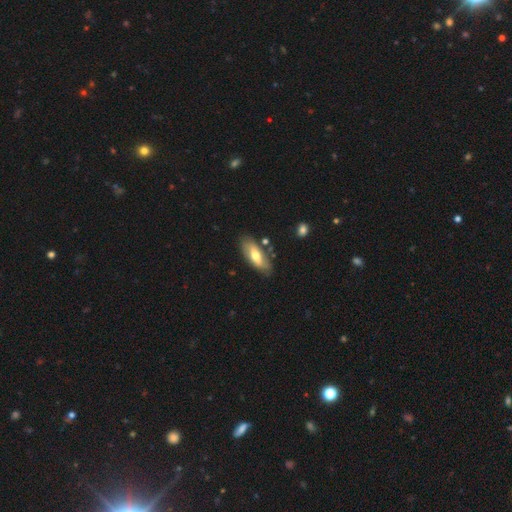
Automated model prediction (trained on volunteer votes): Smooth or featured: smooth — 56% (featured or disk — 38%)
How rounded: in between — 78% (cigar-shaped — 19%)
Merging: none — 77% (minor disturbance — 15%)